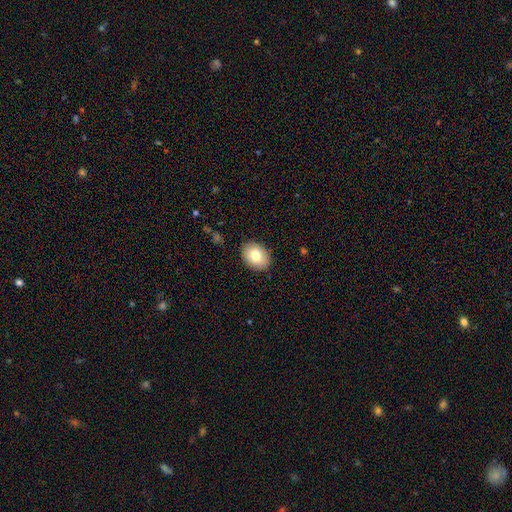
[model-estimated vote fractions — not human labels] A smooth galaxy with no disk features (79%) that is in between round and cigar-shaped (72%).

Vote fractions:
- Smooth or featured? smooth: 79% / featured or disk: 14% / star or artifact: 7%
- How rounded? in between: 72% / round: 27% / cigar-shaped: 1%
- Merging? none: 88% / minor disturbance: 9% / major disturbance: 2% / merger: 1%